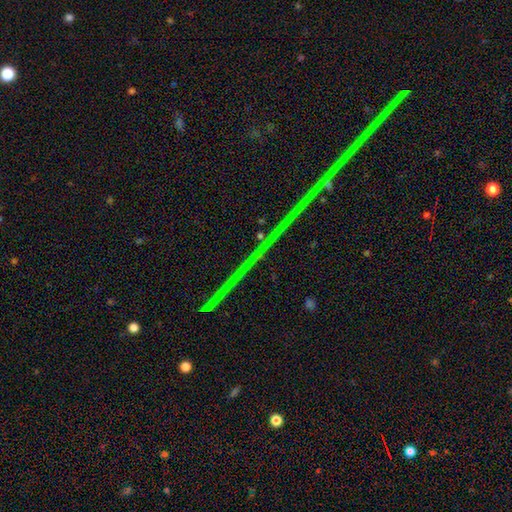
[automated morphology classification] This is clearly a star or artifact rather than a galaxy (84%).